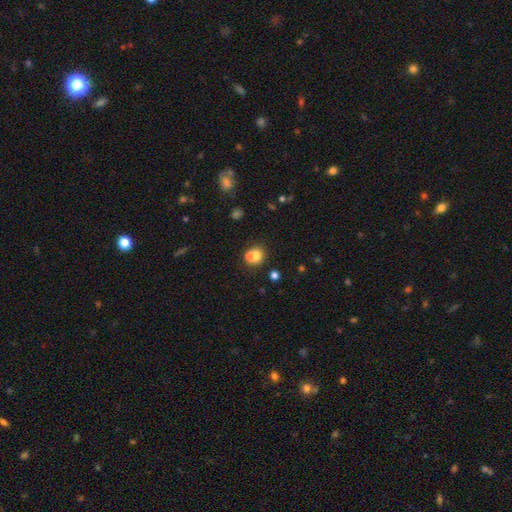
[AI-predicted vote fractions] smooth_or_featured: smooth (p=0.71) [alt: featured or disk p=0.17]
how_rounded: round (p=0.75) [alt: in between p=0.24]
merging: merger (p=0.54) [alt: none p=0.36]